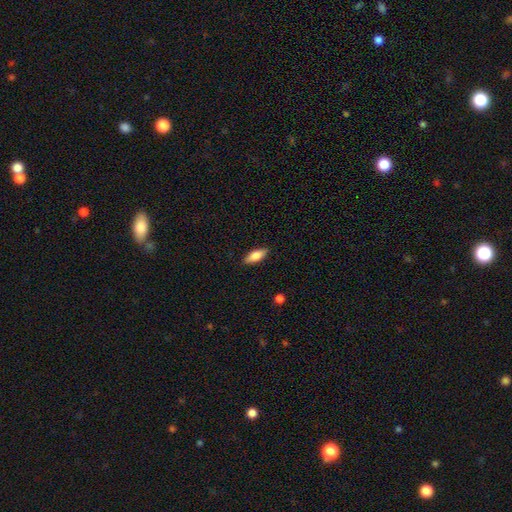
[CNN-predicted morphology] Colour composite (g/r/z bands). It shows a smooth galaxy with no disk features (76%) that is in between round and cigar-shaped (72%). Merging: none (88%).